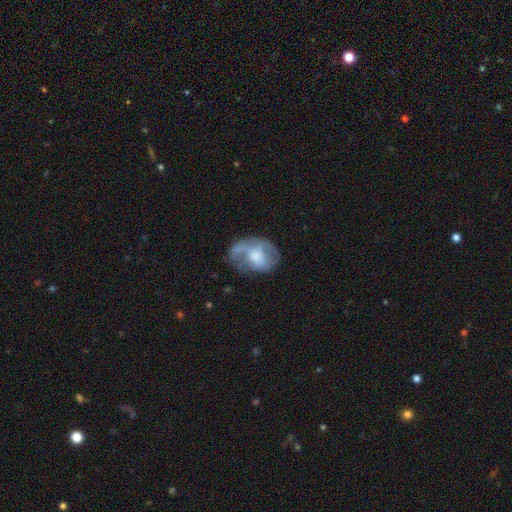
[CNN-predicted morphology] A featured or disk galaxy (51%). Merging: none (40%).